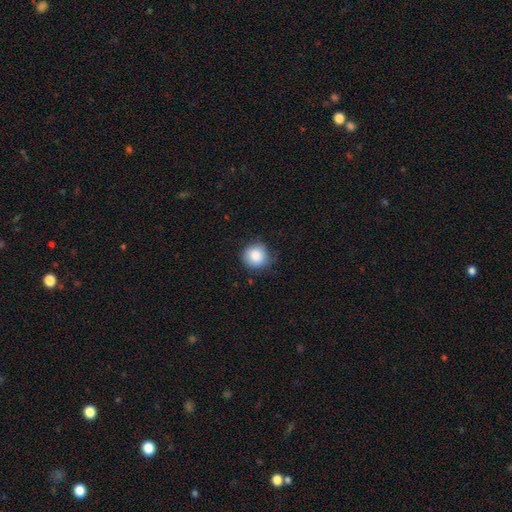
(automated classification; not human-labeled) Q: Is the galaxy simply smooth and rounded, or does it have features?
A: smooth — 87%.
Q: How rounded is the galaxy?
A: round — 92%.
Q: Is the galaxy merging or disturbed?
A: none — 76%.